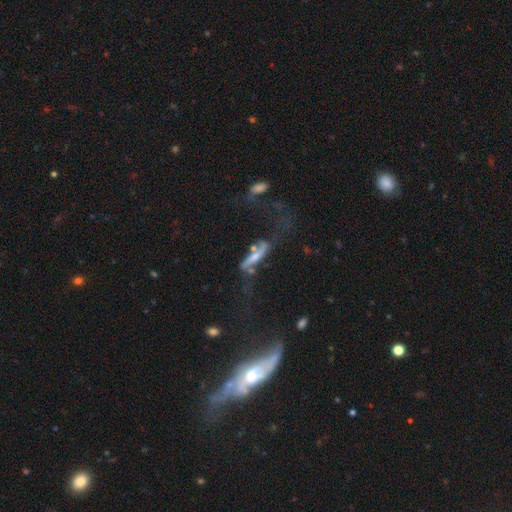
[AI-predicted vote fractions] A featured or disk galaxy (62%) viewed edge-on (54%).

Vote fractions:
- Smooth or featured? featured or disk: 62% / smooth: 28% / star or artifact: 10%
- Edge-on disk? yes: 54% / no: 46%
- Merging? major disturbance: 35% / none: 31% / minor disturbance: 18% / merger: 16%